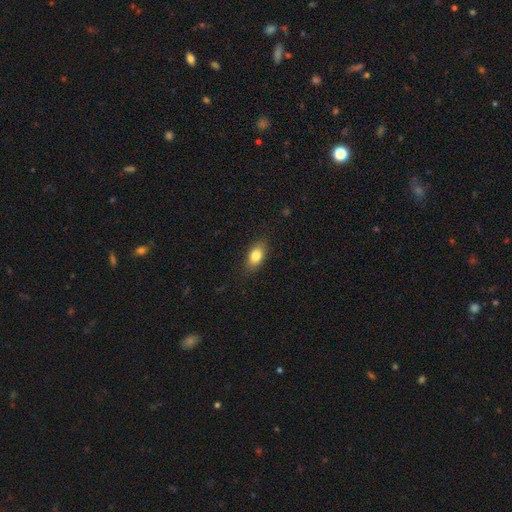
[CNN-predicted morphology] Smooth or featured? smooth (82%)
How rounded? in between (86%)
Merging? none (84%)